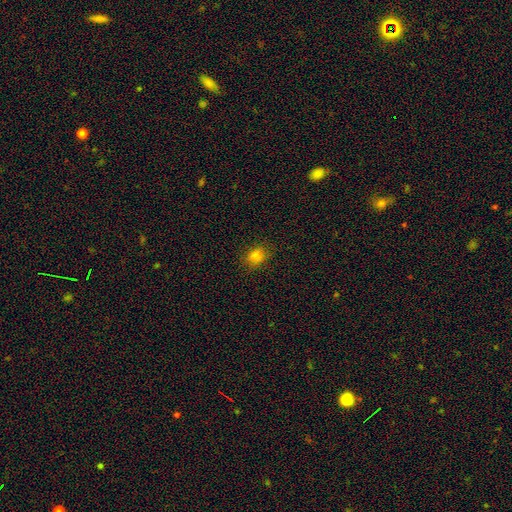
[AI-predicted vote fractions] Smooth or featured? smooth (81%)
How rounded? in between (53%)
Merging? none (83%)